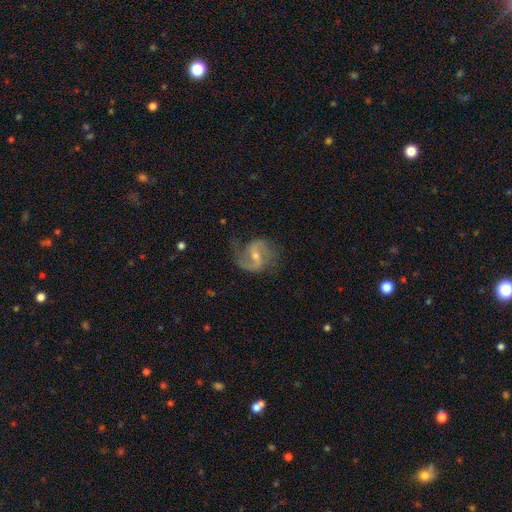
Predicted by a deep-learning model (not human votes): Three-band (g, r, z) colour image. It shows a featured or disk galaxy (87%) with a weak bar (51%), 2 (85%) medium (49%) spiral arms (96%) and a small central bulge (51%). Merging: none (71%).